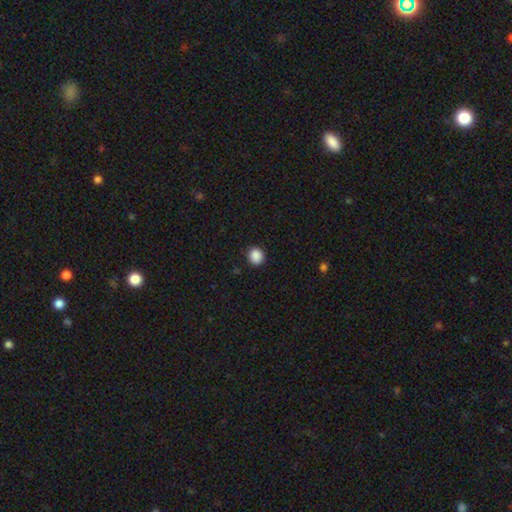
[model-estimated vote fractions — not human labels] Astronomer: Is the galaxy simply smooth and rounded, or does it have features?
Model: smooth — 88%.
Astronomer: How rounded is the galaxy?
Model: round — 85%.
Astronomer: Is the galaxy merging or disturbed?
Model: none — 88%.